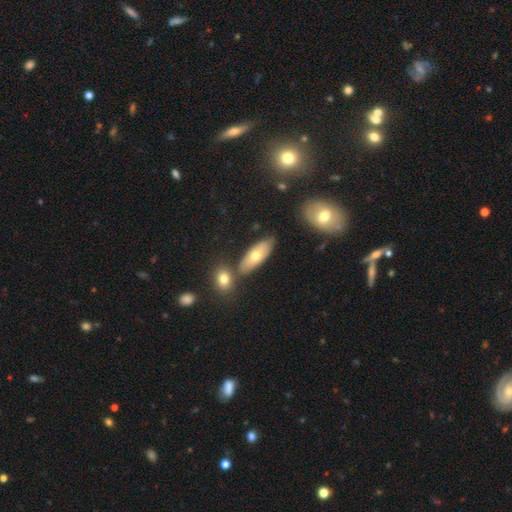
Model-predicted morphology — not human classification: Smooth or featured? smooth (62%)
How rounded? in between (76%)
Merging? none (75%)